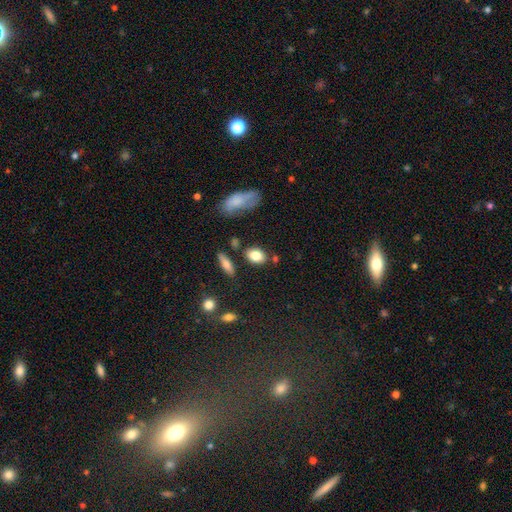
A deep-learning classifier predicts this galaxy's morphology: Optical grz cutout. It shows a smooth galaxy with no disk features (82%) that is in between round and cigar-shaped (79%). Merging: none (76%).